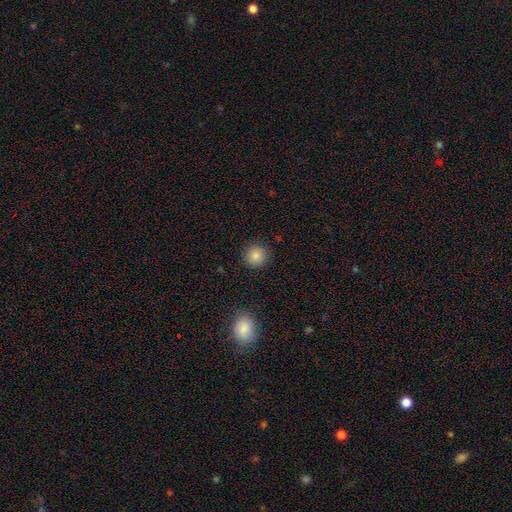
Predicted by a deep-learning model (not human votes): Q: Smooth or featured?
A: smooth (86%); runner-up: star or artifact (10%)
Q: How rounded?
A: round (93%); runner-up: in between (6%)
Q: Merging?
A: none (90%); runner-up: minor disturbance (6%)